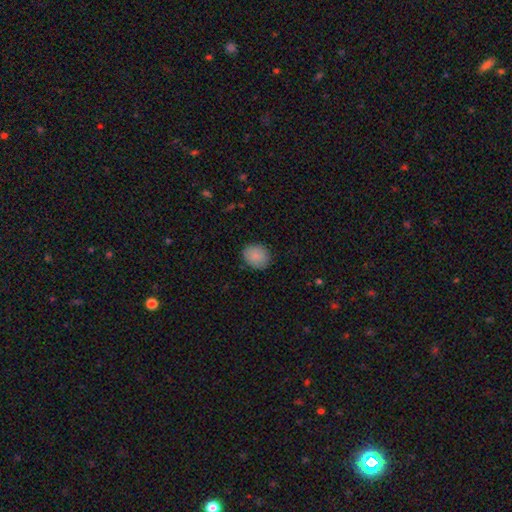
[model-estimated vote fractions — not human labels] A smooth galaxy with no disk features (88%) that is round (69%).

Vote fractions:
- Smooth or featured? smooth: 88% / star or artifact: 8% / featured or disk: 5%
- How rounded? round: 69% / in between: 30% / cigar-shaped: 1%
- Merging? none: 85% / minor disturbance: 11% / major disturbance: 3% / merger: 1%